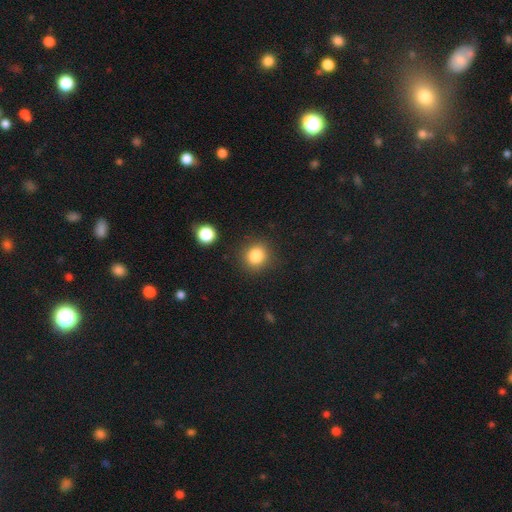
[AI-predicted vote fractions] Smooth or featured? smooth (83%)
How rounded? round (87%)
Merging? none (87%)